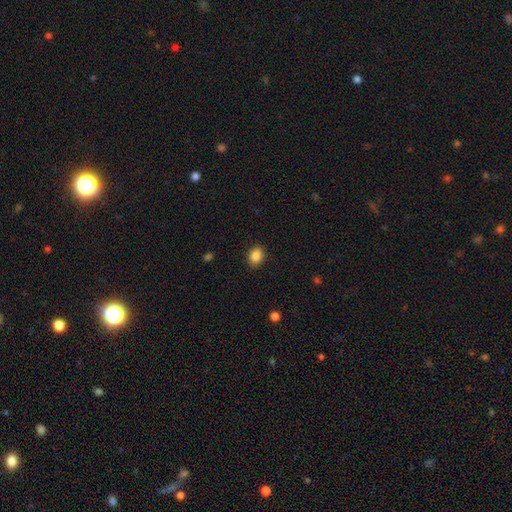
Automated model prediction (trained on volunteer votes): Morphology: type=smooth (87%); roundness=round (50%); merging=none (89%).